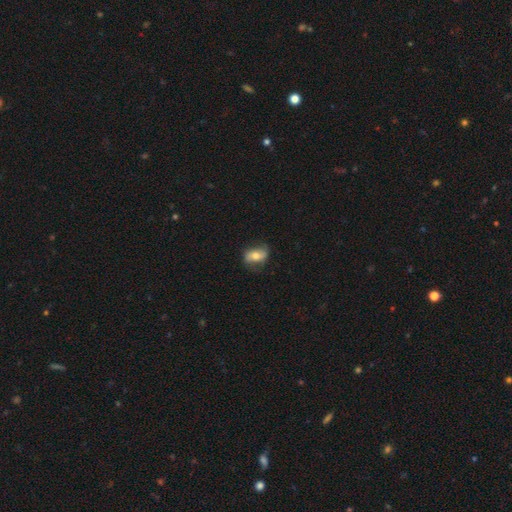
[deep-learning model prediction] smooth_or_featured: smooth (p=0.52) [alt: featured or disk p=0.41]
how_rounded: in between (p=0.81) [alt: round p=0.14]
merging: none (p=0.71) [alt: minor disturbance p=0.21]